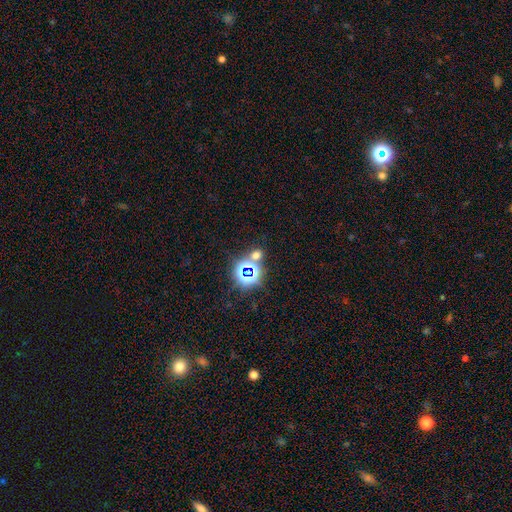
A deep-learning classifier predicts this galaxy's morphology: A star or artifact, not a galaxy (53%).

Vote fractions:
- Smooth or featured? star or artifact: 53% / smooth: 39% / featured or disk: 7%